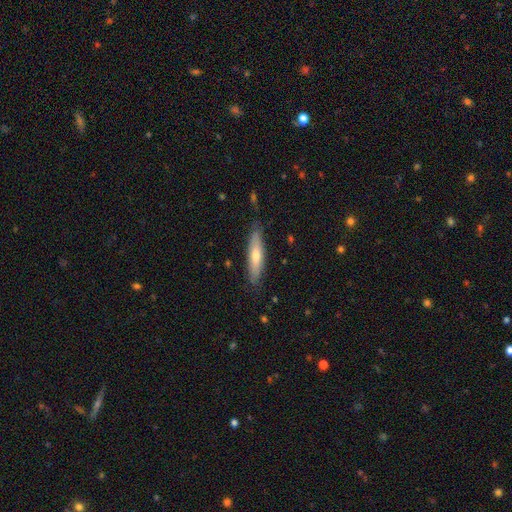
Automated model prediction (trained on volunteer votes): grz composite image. It shows a smooth galaxy with no disk features (59%) that is cigar-shaped (75%). Merging: none (82%).